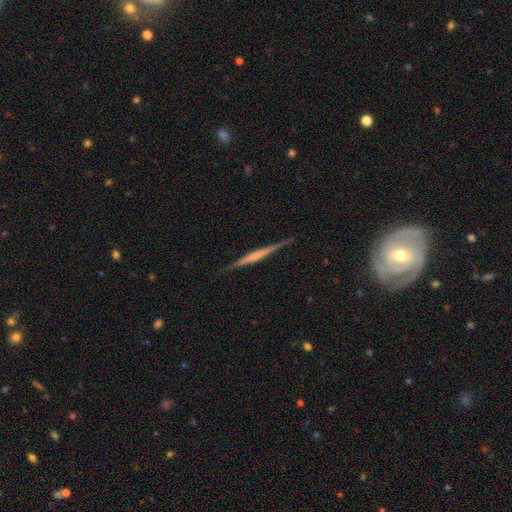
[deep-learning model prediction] Smooth or featured? featured or disk (69%)
Edge-on disk? yes (98%)
Edge-on bulge? none (50%)
Merging? none (89%)